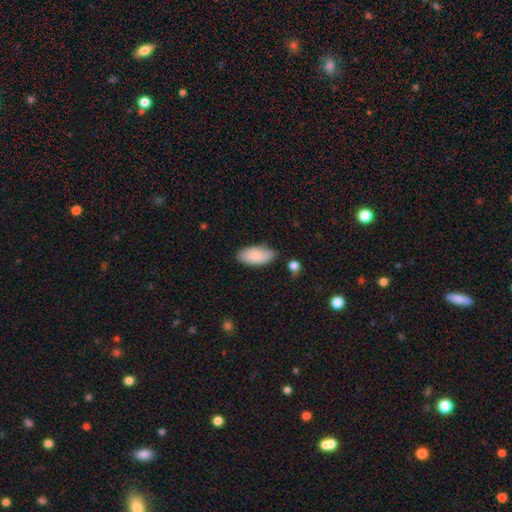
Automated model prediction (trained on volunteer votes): smooth 84%, featured or disk 10%, star or artifact 6%. Down the decision tree: how rounded — in between (93%); merging — none (72%).